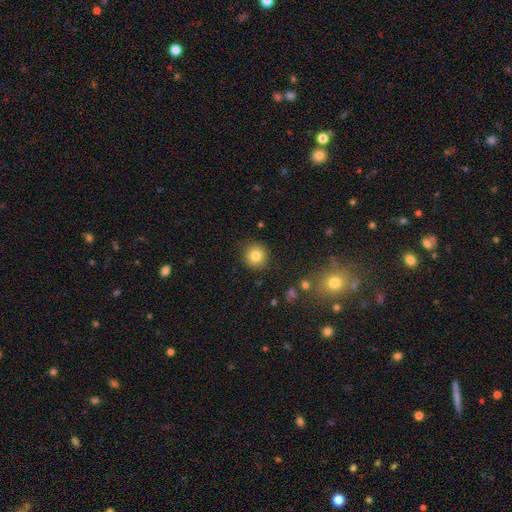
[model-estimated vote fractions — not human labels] Smooth or featured? smooth (81%)
How rounded? round (92%)
Merging? none (89%)